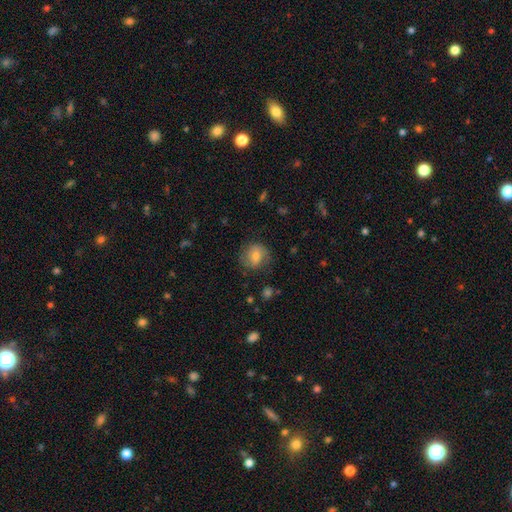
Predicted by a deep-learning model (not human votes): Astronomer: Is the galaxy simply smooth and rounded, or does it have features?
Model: smooth — 57% (runner-up: featured or disk, 33%).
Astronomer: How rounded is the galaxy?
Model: round — 74%.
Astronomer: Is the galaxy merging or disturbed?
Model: none — 74%.